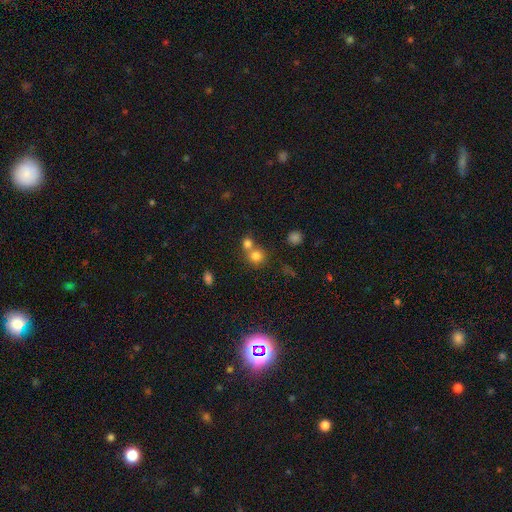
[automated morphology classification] This appears to be a smooth galaxy with no disk features (78%) that is round (86%). Merging: merger (47%).